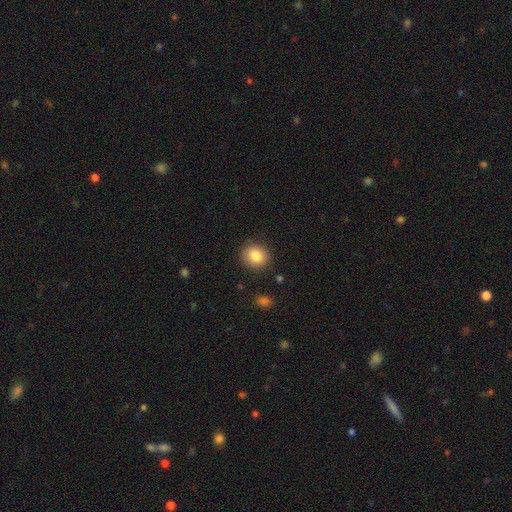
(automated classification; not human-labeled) Morphology: type=smooth (84%); roundness=round (79%); merging=none (87%).